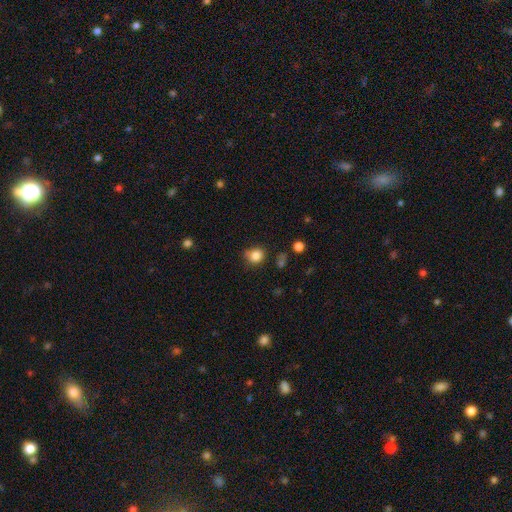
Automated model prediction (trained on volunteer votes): Smooth or featured?
  - smooth: 84% *
  - star or artifact: 11%
  - featured or disk: 5%
How rounded?
  - round: 76% *
  - in between: 24%
  - cigar-shaped: 1%
Merging?
  - none: 70% *
  - minor disturbance: 21%
  - major disturbance: 5%
  - merger: 4%